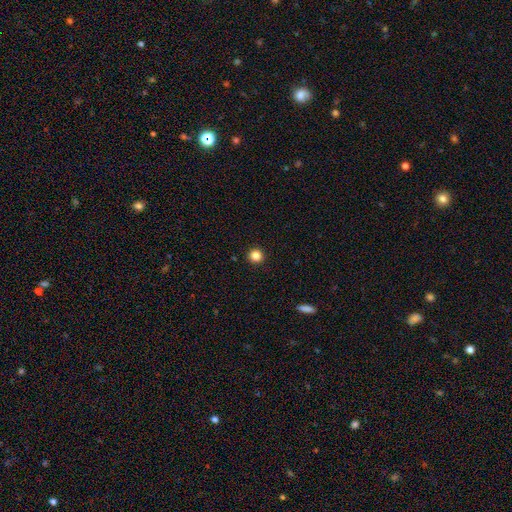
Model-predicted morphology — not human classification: Overall: smooth (85%). How rounded: round (95%). Merging: none (93%).